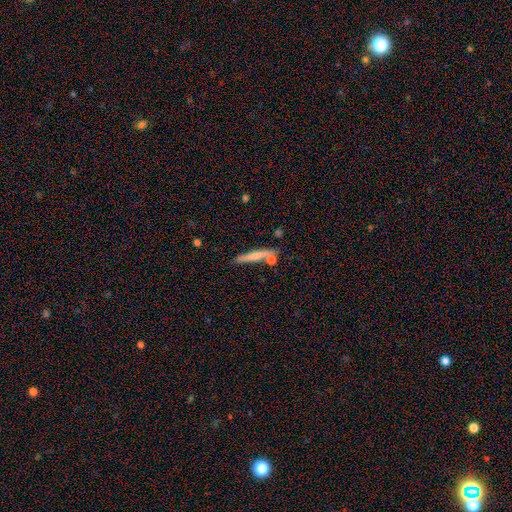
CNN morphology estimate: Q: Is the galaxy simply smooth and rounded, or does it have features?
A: smooth — 63%.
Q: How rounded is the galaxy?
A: cigar-shaped — 93%.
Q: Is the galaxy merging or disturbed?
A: none — 74%.